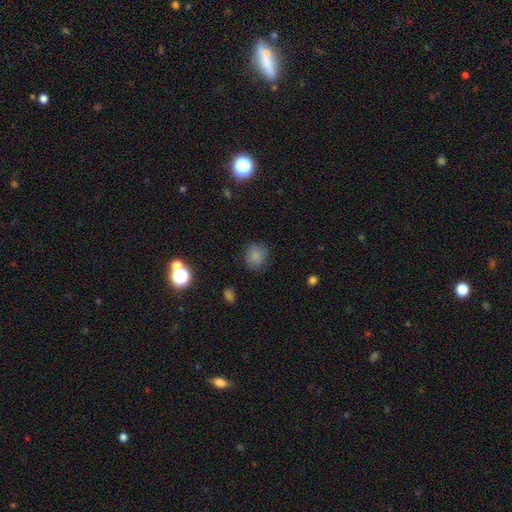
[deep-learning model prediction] Smooth or featured? smooth (82%)
How rounded? round (72%)
Merging? none (78%)